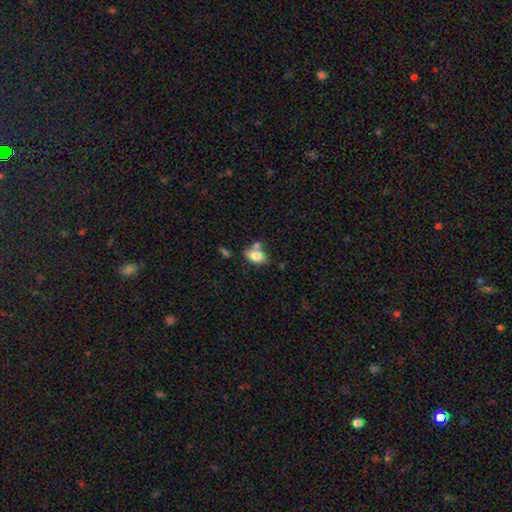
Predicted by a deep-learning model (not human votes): Smooth or featured? smooth (79%)
How rounded? in between (87%)
Merging? none (54%)